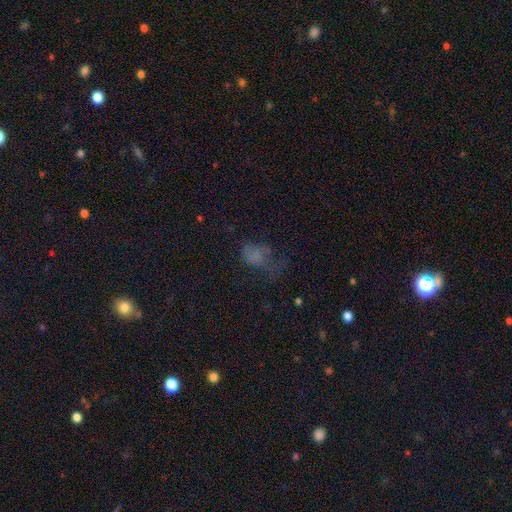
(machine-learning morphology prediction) Smooth or featured? Predicted: smooth (p=0.54). How rounded? Predicted: in between (p=0.75). Merging? Predicted: major disturbance (p=0.42).